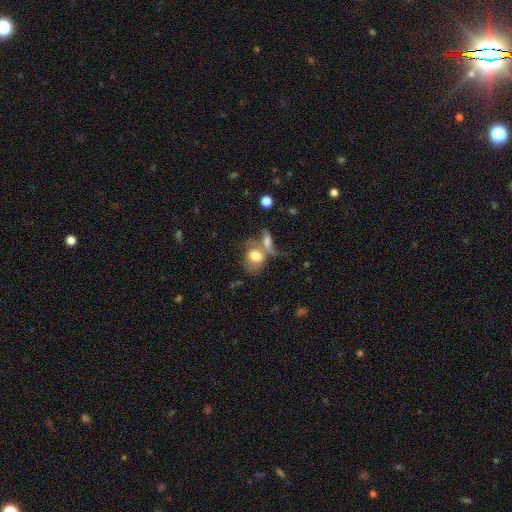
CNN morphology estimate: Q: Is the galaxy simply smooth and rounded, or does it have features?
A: smooth — 67%.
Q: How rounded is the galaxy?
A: in between — 62%.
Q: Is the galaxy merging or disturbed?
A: merger — 56%.